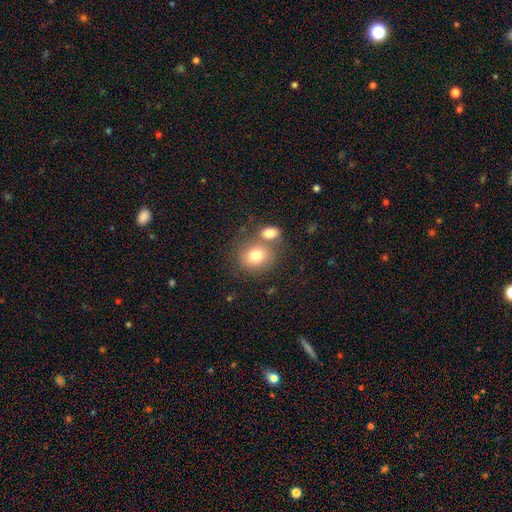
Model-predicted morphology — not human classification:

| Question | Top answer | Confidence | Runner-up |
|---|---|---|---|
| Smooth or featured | smooth | 78% | featured or disk (13%) |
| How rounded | round | 67% | in between (32%) |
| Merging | none | 51% | merger (35%) |